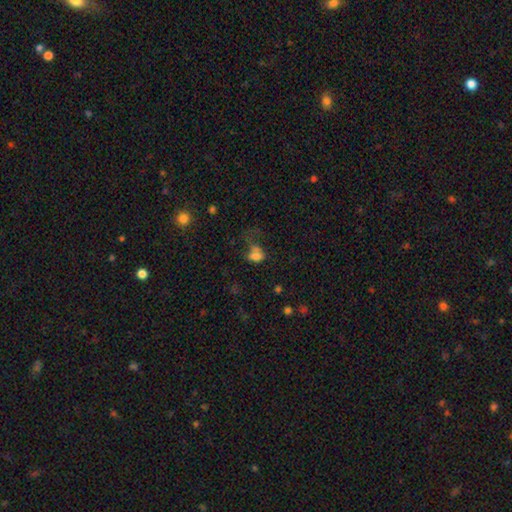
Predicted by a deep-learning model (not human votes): Smooth or featured?
  - smooth: 70% *
  - star or artifact: 15%
  - featured or disk: 15%
How rounded?
  - in between: 72% *
  - round: 26%
  - cigar-shaped: 2%
Merging?
  - merger: 31% *
  - major disturbance: 27%
  - none: 24%
  - minor disturbance: 18%